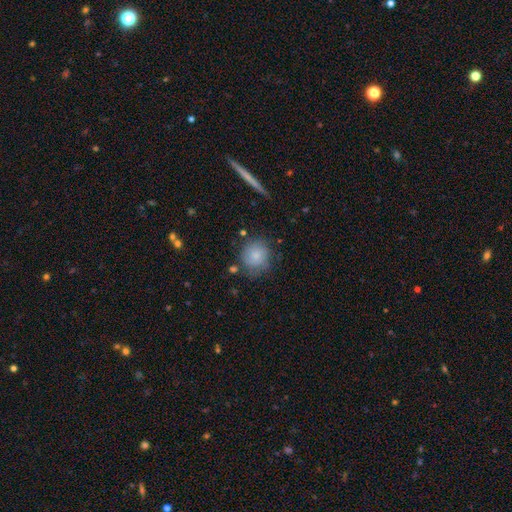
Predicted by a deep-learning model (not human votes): smooth_or_featured: smooth (p=0.76) [alt: featured or disk p=0.16]
how_rounded: round (p=0.88) [alt: in between p=0.11]
merging: none (p=0.69) [alt: minor disturbance p=0.20]